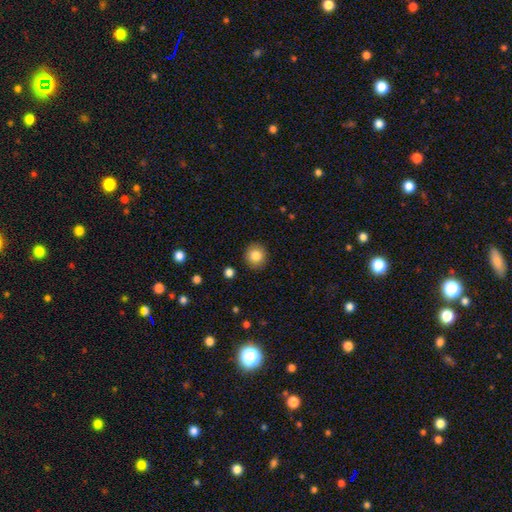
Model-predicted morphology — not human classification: This appears to be a smooth galaxy with no disk features (84%) that is round (90%). Merging: none (90%).